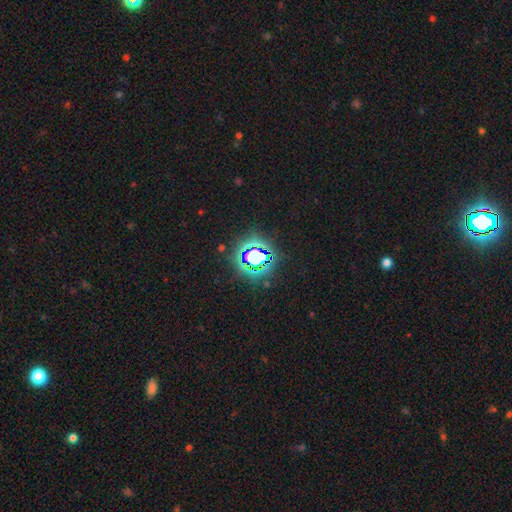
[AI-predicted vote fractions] Morphology: type=star or artifact (70%).